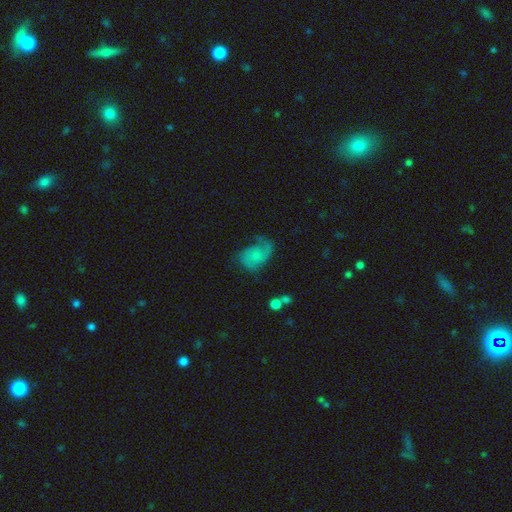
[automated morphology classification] Q: Smooth or featured?
A: featured or disk (57%); runner-up: smooth (34%)
Q: Edge-on disk?
A: no (97%); runner-up: yes (3%)
Q: Bar?
A: no (77%); runner-up: weak (20%)
Q: Spiral arms?
A: yes (85%); runner-up: no (15%)
Q: Bulge size?
A: small (63%); runner-up: moderate (18%)
Q: Merging?
A: none (40%); runner-up: major disturbance (30%)